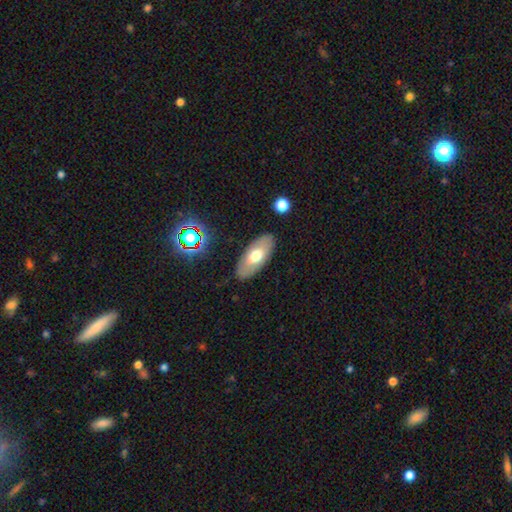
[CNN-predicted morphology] Smooth or featured? Predicted: smooth (p=0.60). How rounded? Predicted: in between (p=0.88). Merging? Predicted: none (p=0.86).